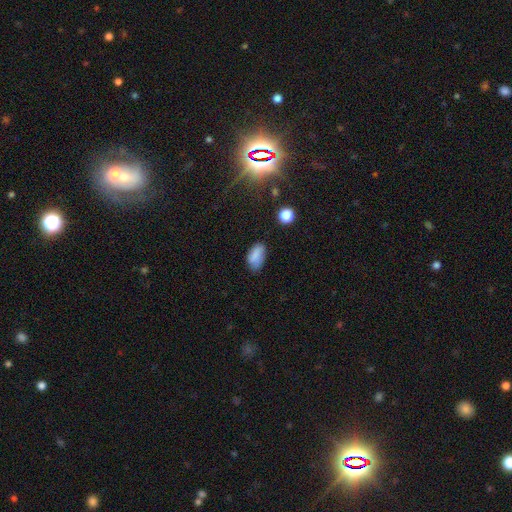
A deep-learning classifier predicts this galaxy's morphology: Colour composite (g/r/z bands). It shows a smooth galaxy with no disk features (83%) that is in between round and cigar-shaped (92%). Merging: none (66%).